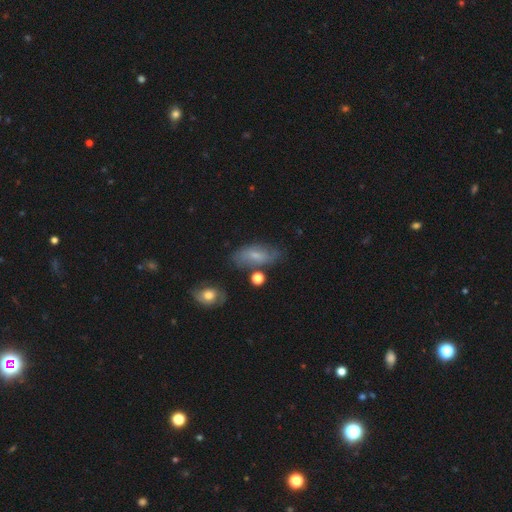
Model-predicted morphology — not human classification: A smooth galaxy with no disk features (52%) that is in between round and cigar-shaped (86%).

Vote fractions:
- Smooth or featured? smooth: 52% / featured or disk: 38% / star or artifact: 10%
- How rounded? in between: 86% / cigar-shaped: 9% / round: 5%
- Merging? none: 64% / minor disturbance: 23% / major disturbance: 8% / merger: 5%